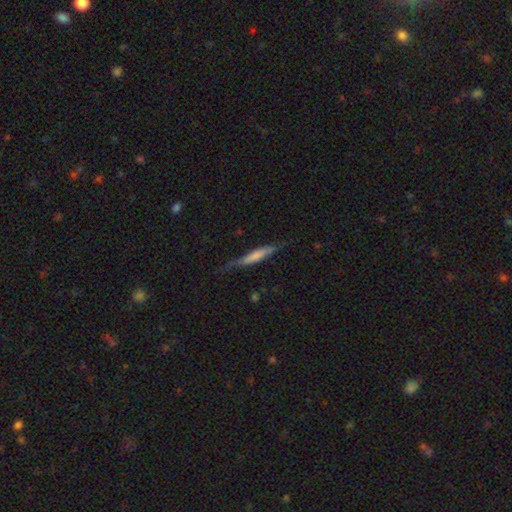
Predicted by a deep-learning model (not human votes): smooth 58%, featured or disk 37%, star or artifact 6%. Down the decision tree: how rounded — cigar-shaped (91%); merging — none (60%).